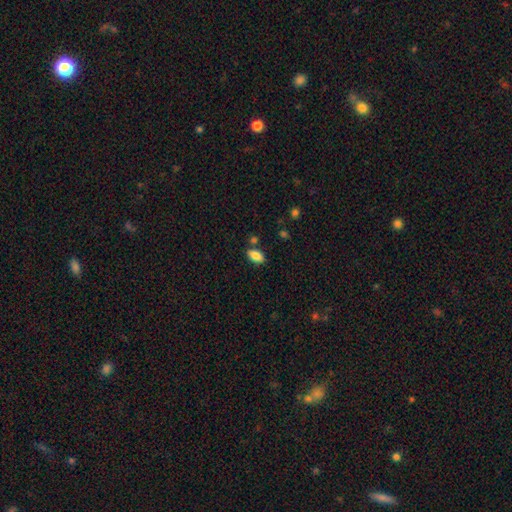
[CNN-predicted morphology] This is clearly a smooth galaxy (86%). How rounded: clearly in between (91%). Merging: likely none (77%).